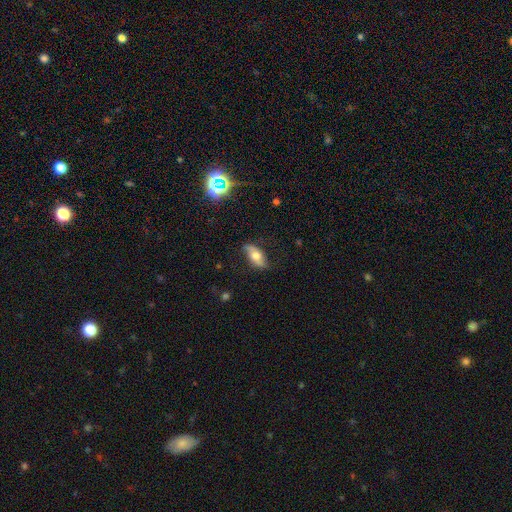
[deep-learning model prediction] The model was most divided on "smooth or featured": smooth: 48%, featured or disk: 44%, star or artifact: 8%. More confident: merging — none (73%).